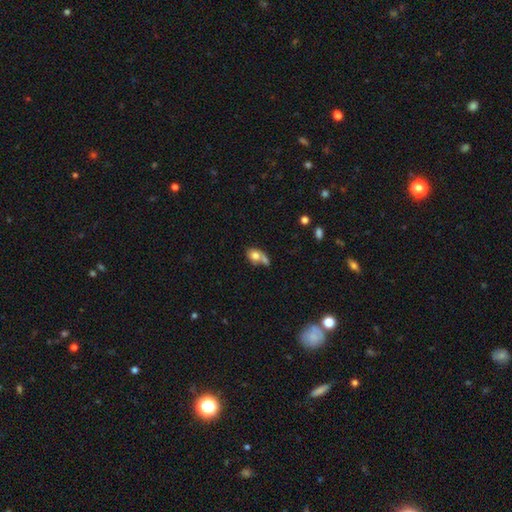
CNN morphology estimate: Smooth or featured? smooth (74%)
How rounded? in between (57%)
Merging? merger (52%)